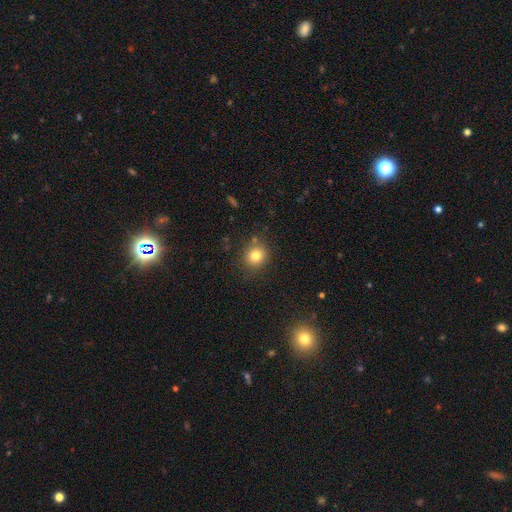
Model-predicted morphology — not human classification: Overall: smooth (80%). How rounded: round (86%). Merging: none (84%).